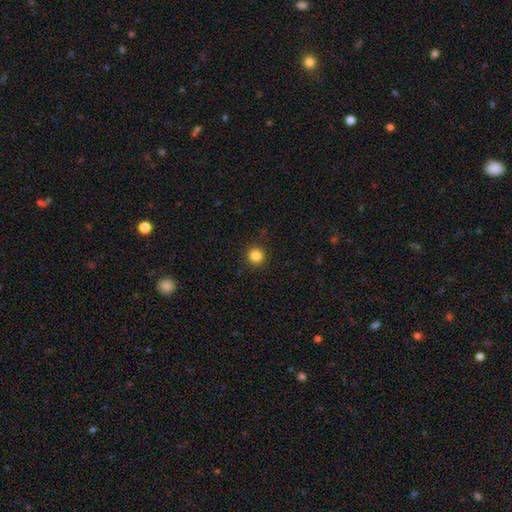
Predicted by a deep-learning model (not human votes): smooth 85%, star or artifact 11%, featured or disk 4%. Down the decision tree: how rounded — round (95%); merging — none (92%).